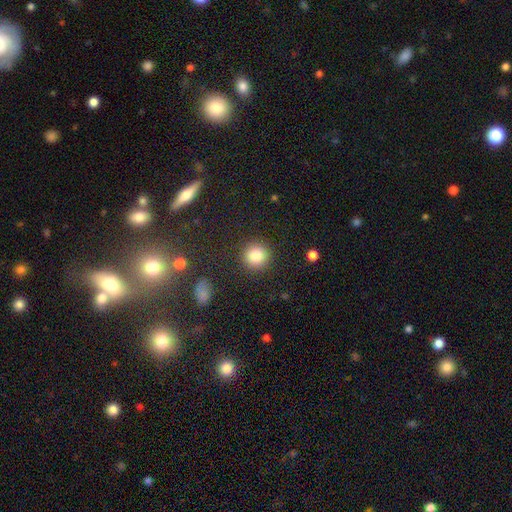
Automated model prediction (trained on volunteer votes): Smooth or featured? Predicted: smooth (p=0.84). How rounded? Predicted: round (p=0.93). Merging? Predicted: none (p=0.90).